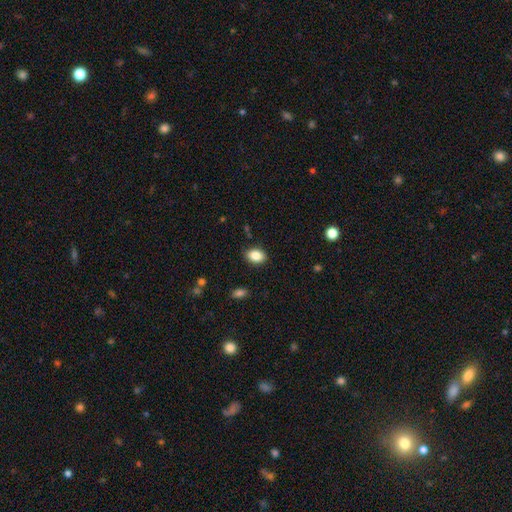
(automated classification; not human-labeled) smooth 87%, star or artifact 8%, featured or disk 5%. Down the decision tree: how rounded — in between (80%); merging — none (87%).